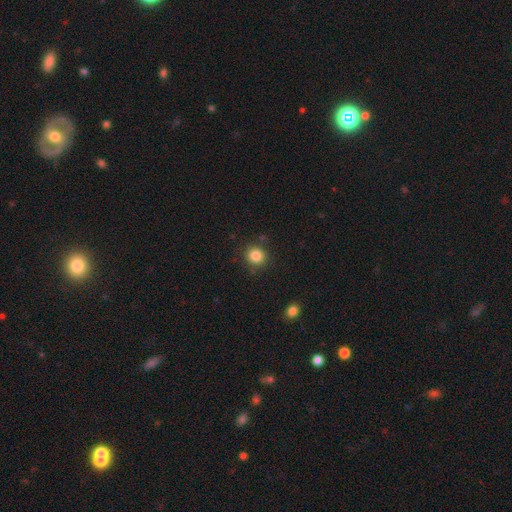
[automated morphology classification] Smooth or featured: smooth — 84% (star or artifact — 11%)
How rounded: round — 86% (in between — 13%)
Merging: none — 86% (minor disturbance — 8%)